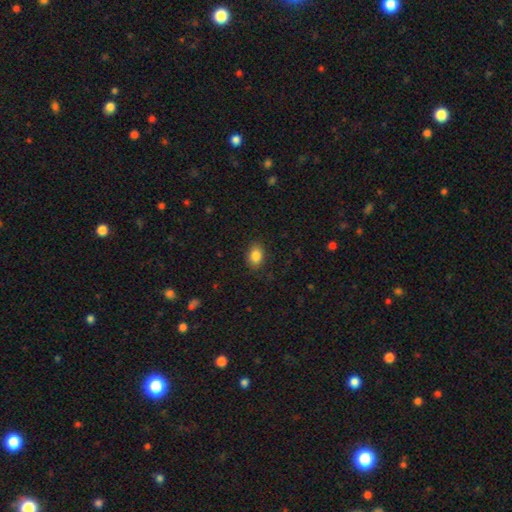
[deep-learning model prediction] A smooth galaxy with no disk features (86%) that is in between round and cigar-shaped (75%). Merging: none (87%).